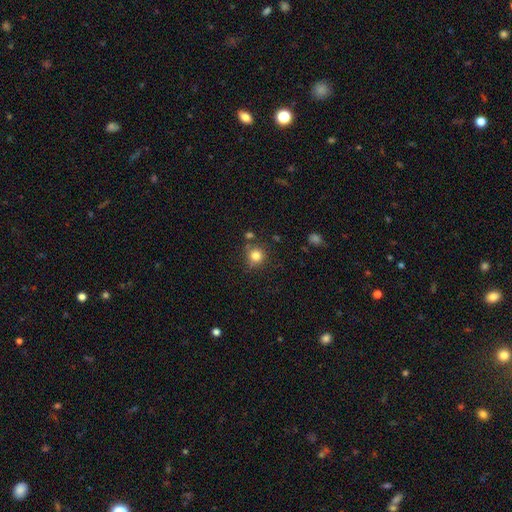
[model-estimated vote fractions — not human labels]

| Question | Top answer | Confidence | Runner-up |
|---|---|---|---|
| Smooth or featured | smooth | 82% | star or artifact (12%) |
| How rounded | round | 91% | in between (8%) |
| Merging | none | 77% | minor disturbance (12%) |